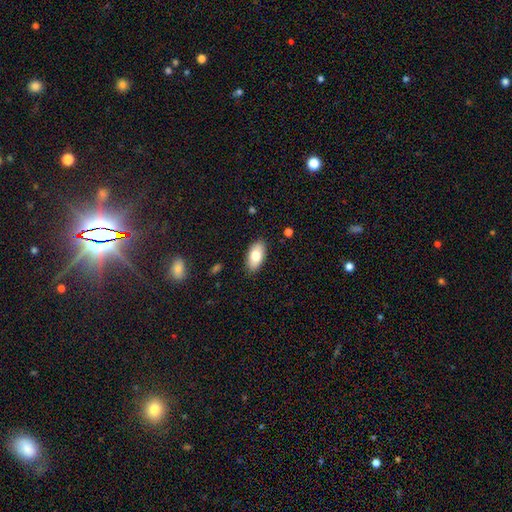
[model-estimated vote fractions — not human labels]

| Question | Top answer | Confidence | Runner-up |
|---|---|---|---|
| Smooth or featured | smooth | 79% | featured or disk (14%) |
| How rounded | in between | 93% | cigar-shaped (4%) |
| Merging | none | 87% | minor disturbance (10%) |